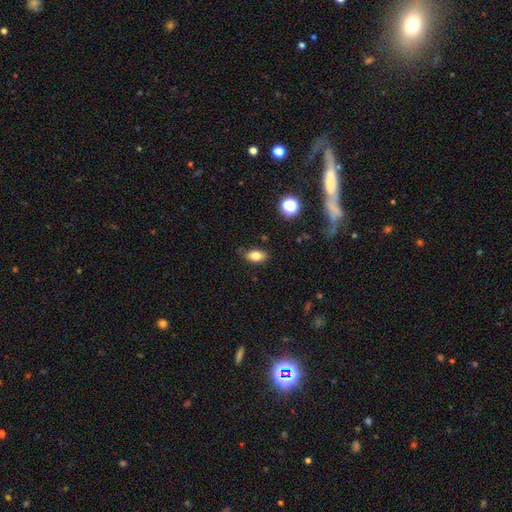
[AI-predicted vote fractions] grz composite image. It shows a smooth galaxy with no disk features (79%) that is in between round and cigar-shaped (87%). Merging: none (78%).